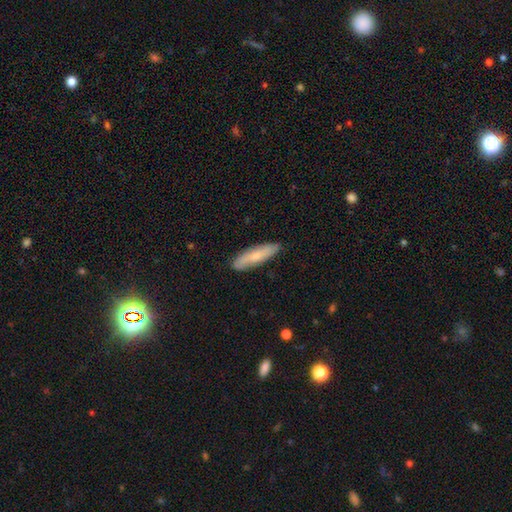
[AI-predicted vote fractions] Smooth or featured? smooth (65%)
How rounded? cigar-shaped (72%)
Merging? none (86%)